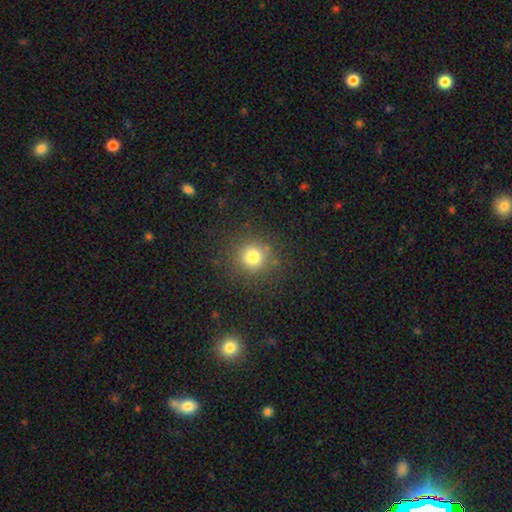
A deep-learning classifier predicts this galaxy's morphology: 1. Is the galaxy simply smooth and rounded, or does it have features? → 78% smooth, 16% star or artifact, 6% featured or disk.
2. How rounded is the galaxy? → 93% round, 6% in between, 1% cigar-shaped.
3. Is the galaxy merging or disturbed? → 87% none, 8% minor disturbance, 4% major disturbance, 2% merger.